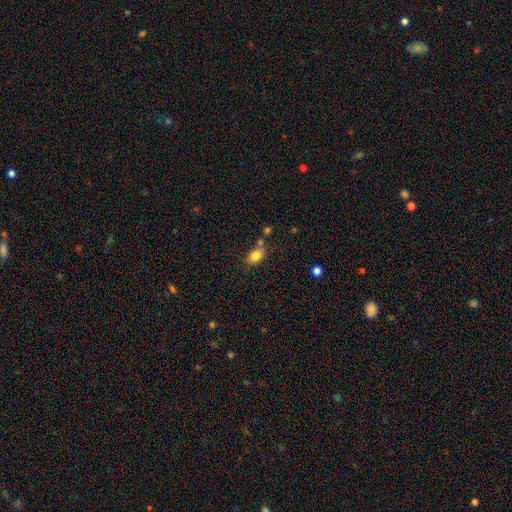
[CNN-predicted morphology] type=smooth (81%); roundness=in between (77%); merging=none (65%).